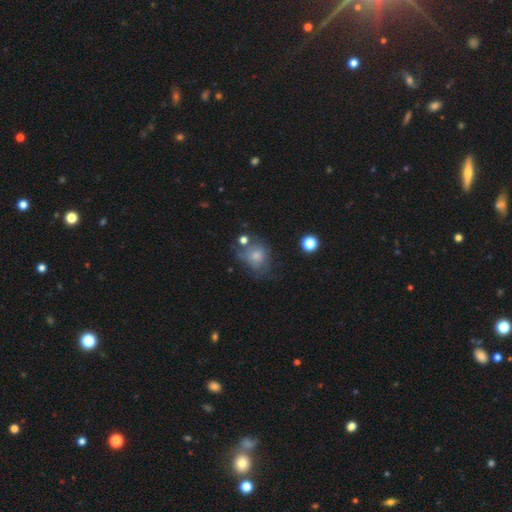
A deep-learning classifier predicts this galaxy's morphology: smooth_or_featured: smooth (p=0.67) [alt: featured or disk p=0.22]
how_rounded: round (p=0.54) [alt: in between p=0.45]
merging: none (p=0.38) [alt: minor disturbance p=0.27]